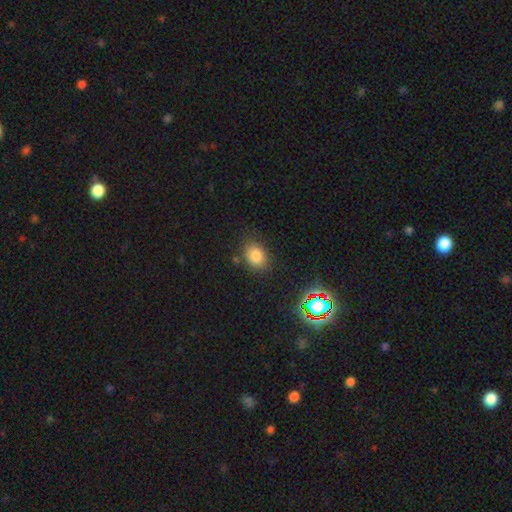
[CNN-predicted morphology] A smooth galaxy with no disk features (81%) that is in between round and cigar-shaped (58%).

Vote fractions:
- Smooth or featured? smooth: 81% / star or artifact: 13% / featured or disk: 6%
- How rounded? in between: 58% / round: 41% / cigar-shaped: 1%
- Merging? none: 80% / minor disturbance: 13% / major disturbance: 4% / merger: 3%